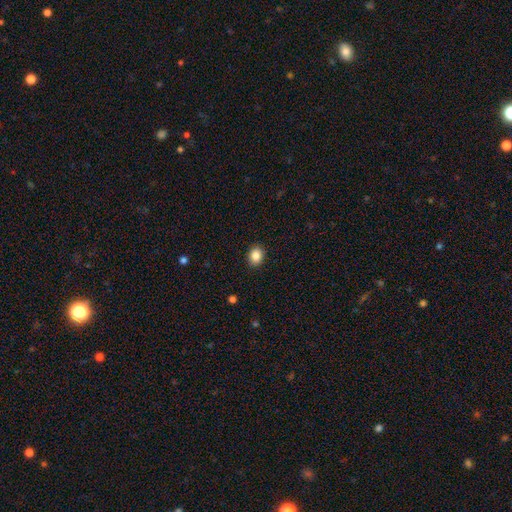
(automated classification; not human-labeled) smooth-or-featured: smooth: 86% | star or artifact: 9% | featured or disk: 5%
  how-rounded: in between: 51% | round: 48% | cigar-shaped: 1%
  merging: none: 90% | minor disturbance: 7% | major disturbance: 2% | merger: 1%